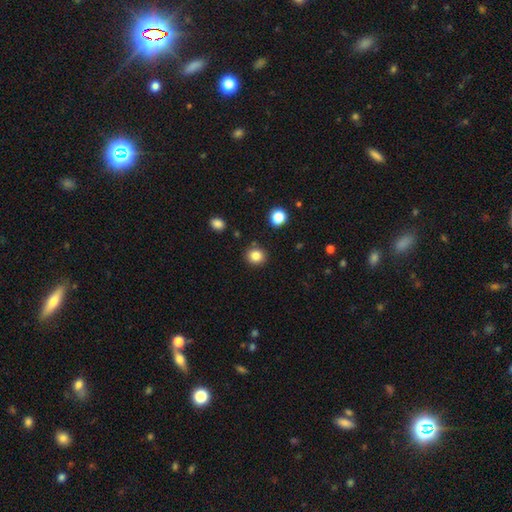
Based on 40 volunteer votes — Smooth or featured?
  - smooth: 92% *
  - star or artifact: 8%
  - featured or disk: 0%
How rounded?
  - round: 86% *
  - in between: 14%
  - cigar-shaped: 0%
Merging?
  - none: 84% *
  - minor disturbance: 11%
  - major disturbance: 3%
  - merger: 3%